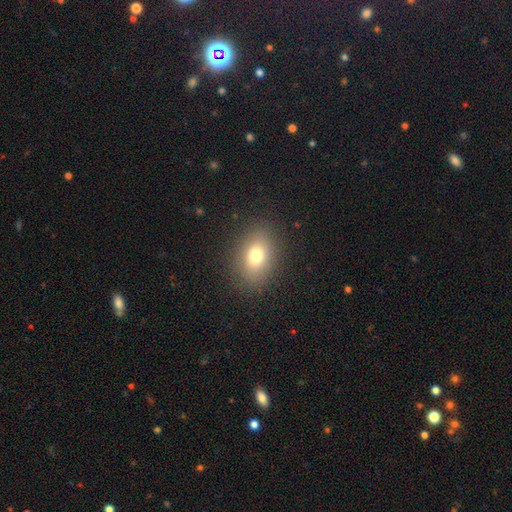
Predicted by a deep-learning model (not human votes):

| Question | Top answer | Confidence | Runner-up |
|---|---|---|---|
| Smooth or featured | smooth | 75% | featured or disk (13%) |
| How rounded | in between | 75% | round (23%) |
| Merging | none | 86% | minor disturbance (9%) |